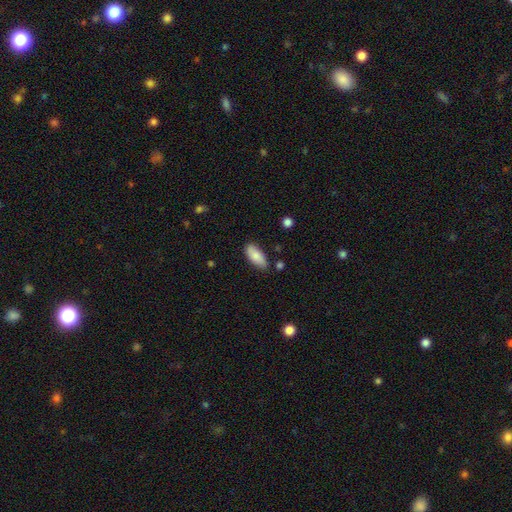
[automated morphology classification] Smooth or featured? smooth (82%)
How rounded? in between (85%)
Merging? none (81%)